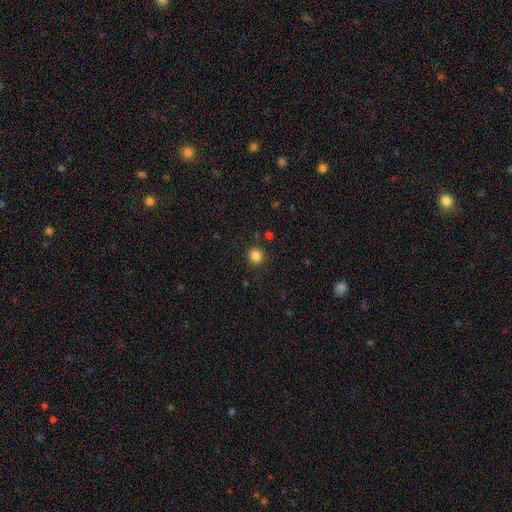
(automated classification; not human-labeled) The model was most divided on "smooth or featured": smooth: 84%, star or artifact: 12%, featured or disk: 4%. More confident: how rounded — round (93%); merging — none (89%).